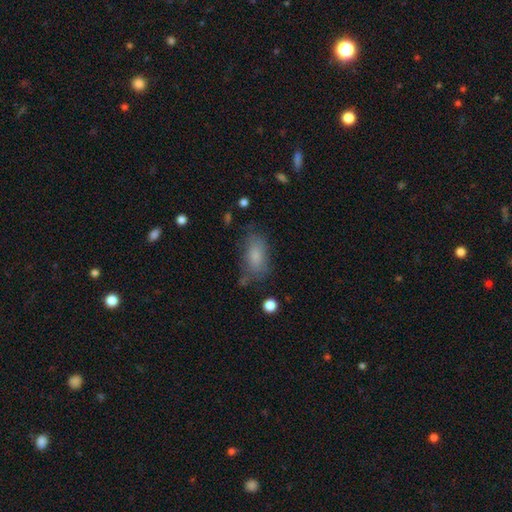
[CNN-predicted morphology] type=smooth (77%); roundness=in between (89%); merging=none (63%).